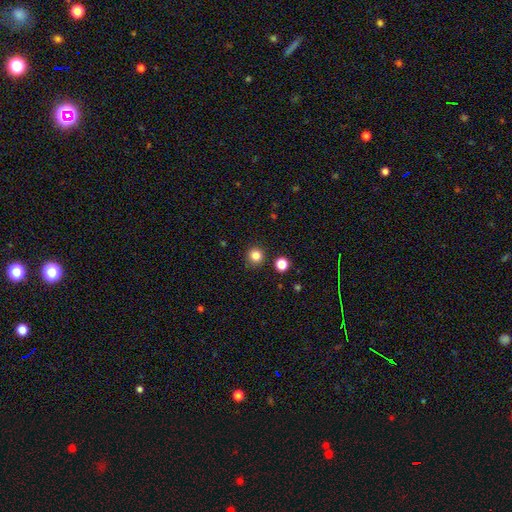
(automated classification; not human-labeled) A smooth galaxy with no disk features (83%) that is round (94%). Merging: none (90%).